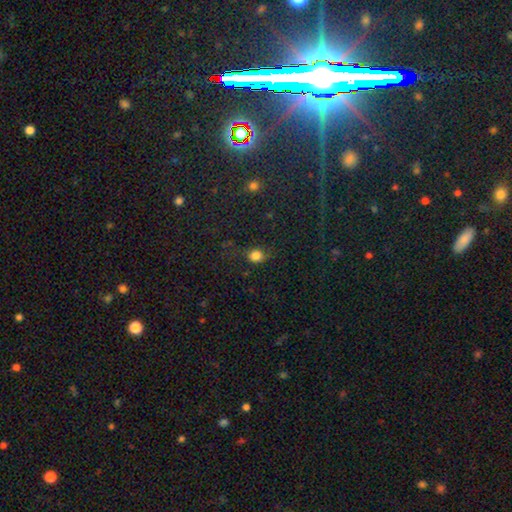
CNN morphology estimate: smooth_or_featured: smooth (p=0.80) [alt: star or artifact p=0.14]
how_rounded: round (p=0.67) [alt: in between p=0.32]
merging: none (p=0.72) [alt: minor disturbance p=0.18]